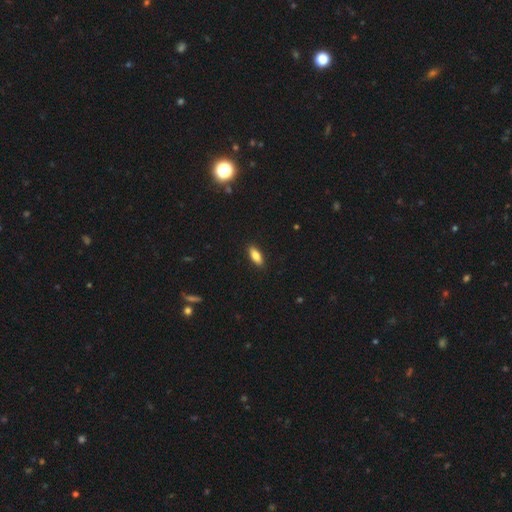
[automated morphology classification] smooth_or_featured: smooth (p=0.80) [alt: featured or disk p=0.14]
how_rounded: in between (p=0.75) [alt: cigar-shaped p=0.22]
merging: none (p=0.89) [alt: minor disturbance p=0.08]